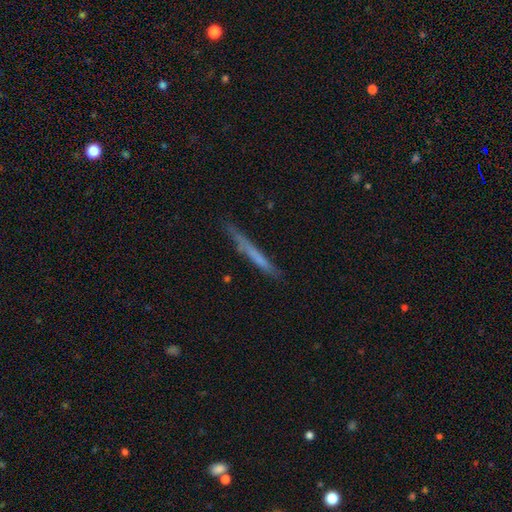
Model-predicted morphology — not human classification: This is possibly a smooth galaxy (57%). How rounded: clearly cigar-shaped (97%). Merging: likely none (79%).